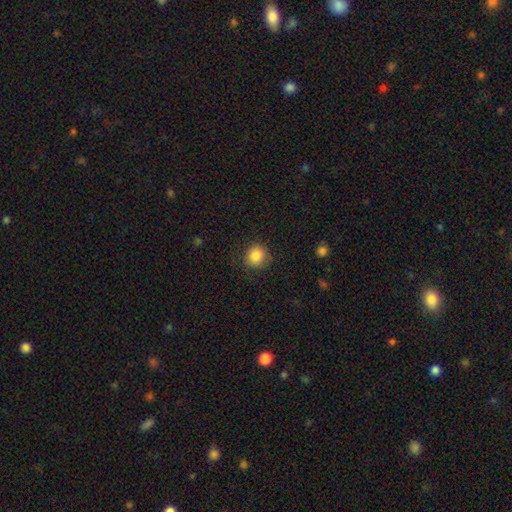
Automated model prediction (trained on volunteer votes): smooth 85%, star or artifact 9%, featured or disk 5%. Down the decision tree: how rounded — round (90%); merging — none (82%).